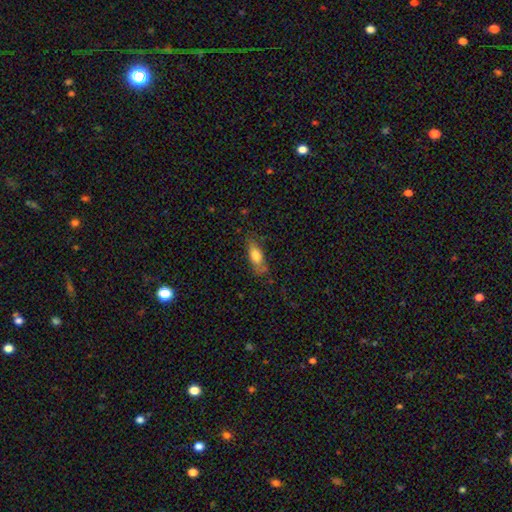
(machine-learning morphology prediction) Smooth or featured? smooth (73%)
How rounded? in between (70%)
Merging? none (64%)